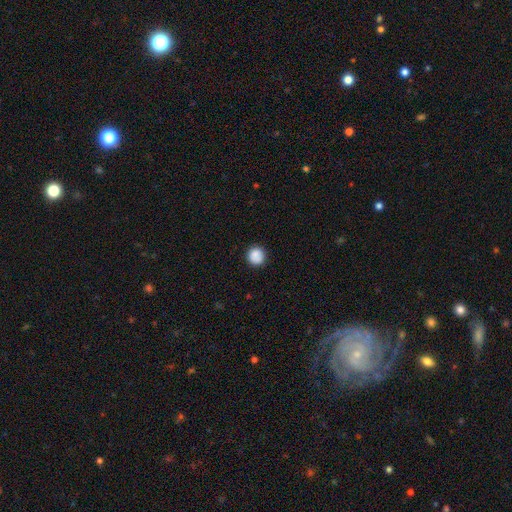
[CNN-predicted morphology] This appears to be a smooth galaxy with no disk features (86%) that is round (93%). Merging: none (85%).